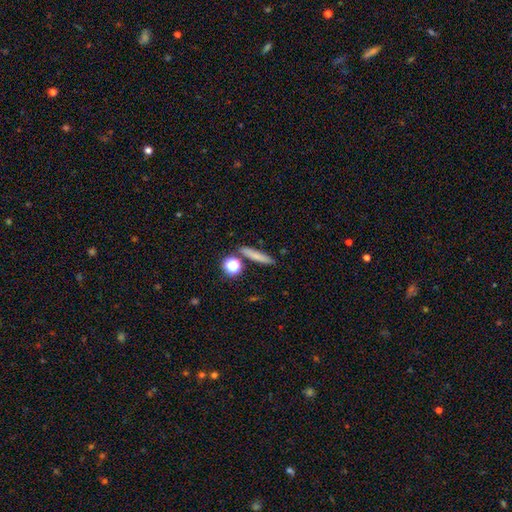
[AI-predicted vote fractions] Smooth or featured: smooth — 73% (featured or disk — 15%)
How rounded: cigar-shaped — 80% (in between — 11%)
Merging: none — 82% (minor disturbance — 8%)